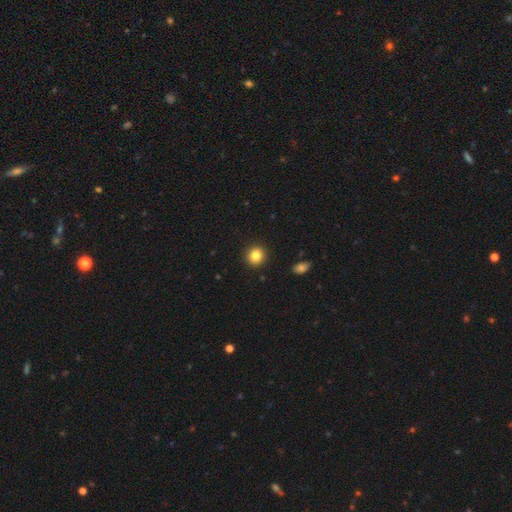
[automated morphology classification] Smooth or featured: smooth — 84% (star or artifact — 10%)
How rounded: round — 90% (in between — 9%)
Merging: none — 92% (minor disturbance — 5%)